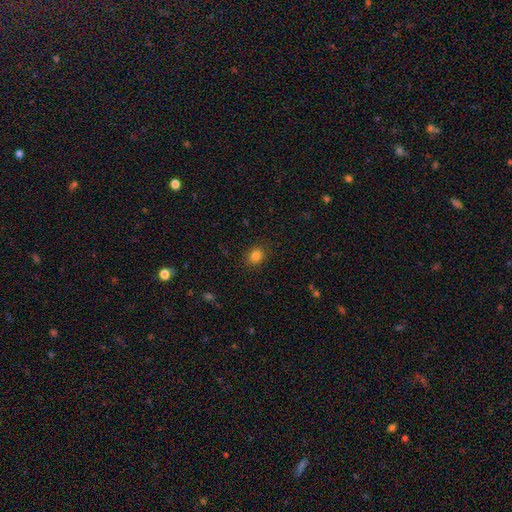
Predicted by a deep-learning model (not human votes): This appears to be a smooth galaxy with no disk features (82%) that is round (67%). Merging: none (88%).